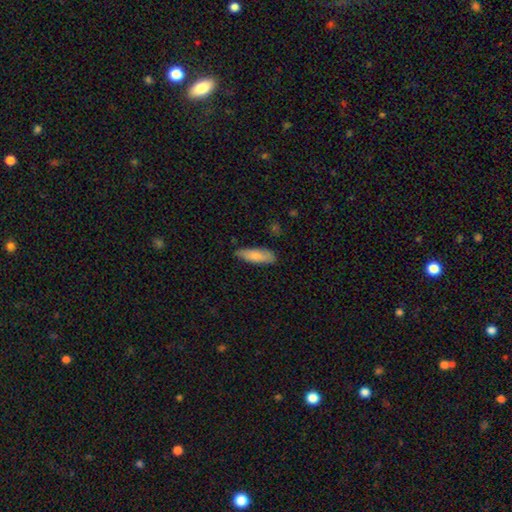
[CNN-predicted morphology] Smooth or featured? smooth (82%)
How rounded? cigar-shaped (49%, tied with in between)
Merging? none (80%)